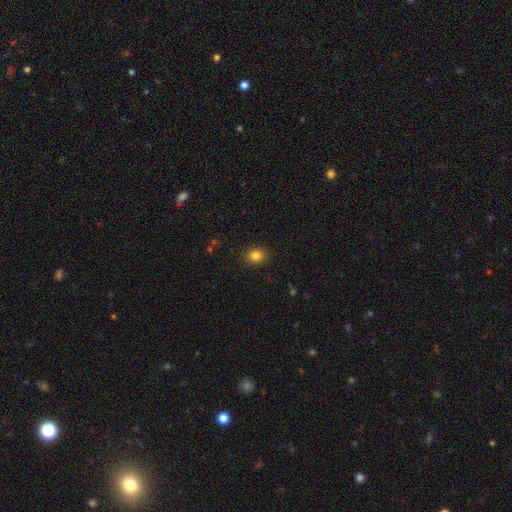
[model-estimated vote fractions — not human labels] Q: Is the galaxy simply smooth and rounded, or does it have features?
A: smooth — 83%.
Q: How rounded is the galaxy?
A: round — 61%.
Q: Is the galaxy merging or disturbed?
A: none — 89%.